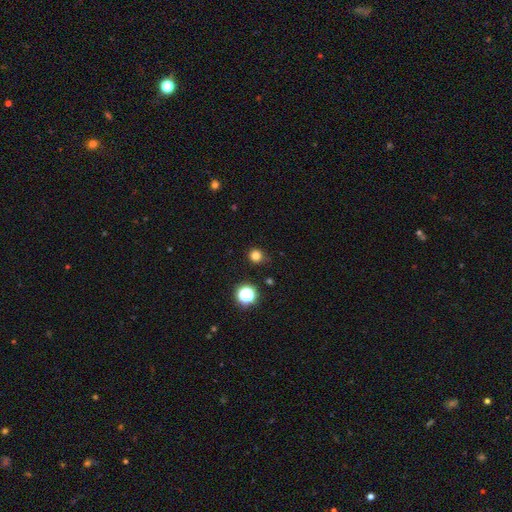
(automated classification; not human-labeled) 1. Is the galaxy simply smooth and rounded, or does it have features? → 79% smooth, 17% star or artifact, 4% featured or disk.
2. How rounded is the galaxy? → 91% round, 8% in between, 1% cigar-shaped.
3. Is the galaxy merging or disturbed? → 84% none, 12% minor disturbance, 3% major disturbance, 2% merger.